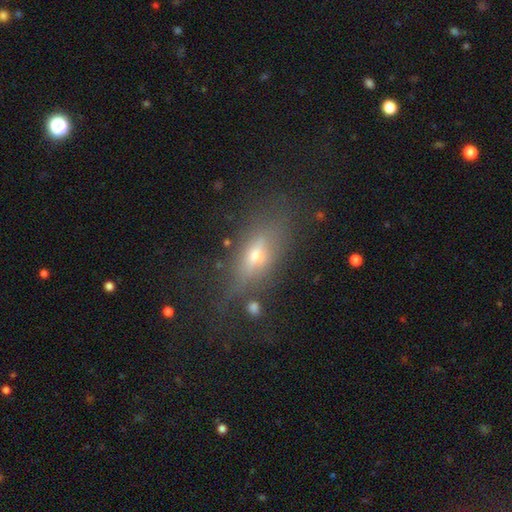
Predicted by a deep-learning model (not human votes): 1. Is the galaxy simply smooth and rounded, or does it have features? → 44% smooth, 43% featured or disk, 13% star or artifact.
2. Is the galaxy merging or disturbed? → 66% none, 18% minor disturbance, 11% major disturbance, 4% merger.